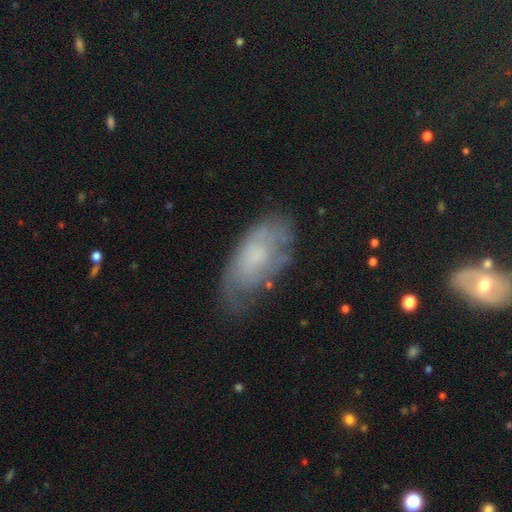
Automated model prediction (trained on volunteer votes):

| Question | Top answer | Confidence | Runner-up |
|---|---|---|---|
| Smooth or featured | smooth | 54% | featured or disk (37%) |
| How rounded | in between | 91% | cigar-shaped (6%) |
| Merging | none | 57% | minor disturbance (29%) |